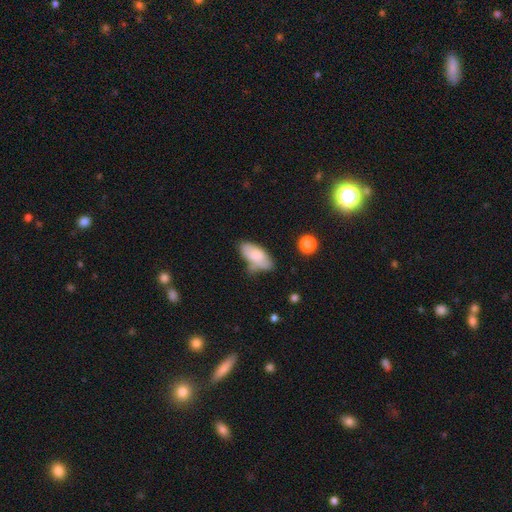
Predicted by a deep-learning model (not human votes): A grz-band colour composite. It shows a smooth galaxy with no disk features (76%) that is in between round and cigar-shaped (90%). Merging: none (51%).